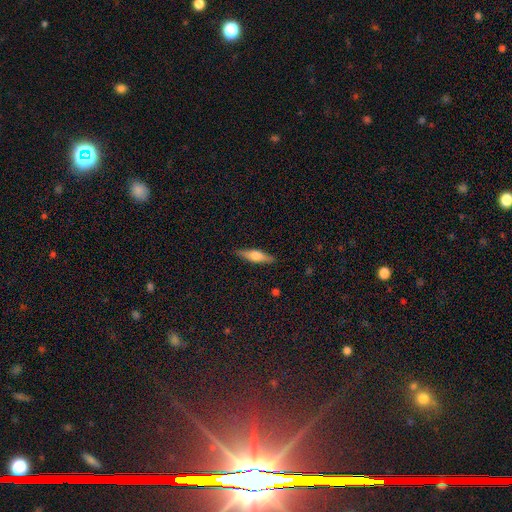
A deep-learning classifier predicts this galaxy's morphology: Smooth or featured?
  - featured or disk: 49% *
  - smooth: 44%
  - star or artifact: 6%
Merging?
  - none: 89% *
  - minor disturbance: 8%
  - major disturbance: 2%
  - merger: 1%